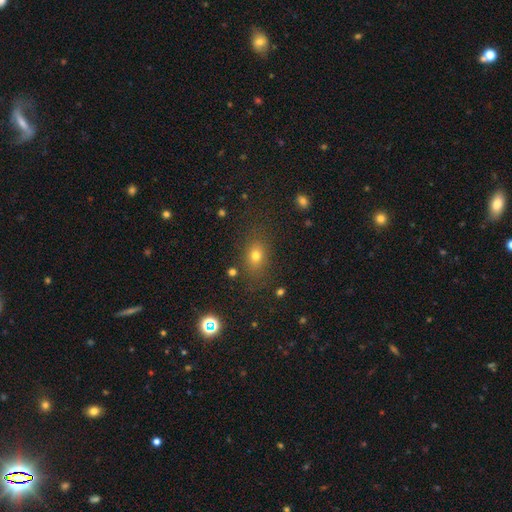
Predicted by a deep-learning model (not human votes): A smooth galaxy with no disk features (69%) that is in between round and cigar-shaped (59%).

Vote fractions:
- Smooth or featured? smooth: 69% / star or artifact: 19% / featured or disk: 12%
- How rounded? in between: 59% / round: 38% / cigar-shaped: 3%
- Merging? none: 78% / minor disturbance: 13% / major disturbance: 6% / merger: 3%